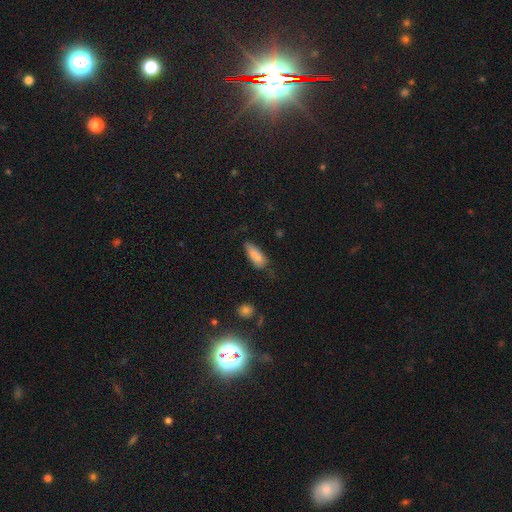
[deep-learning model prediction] This is clearly a smooth galaxy (80%). How rounded: likely in between (75%). Merging: possibly none (52%).